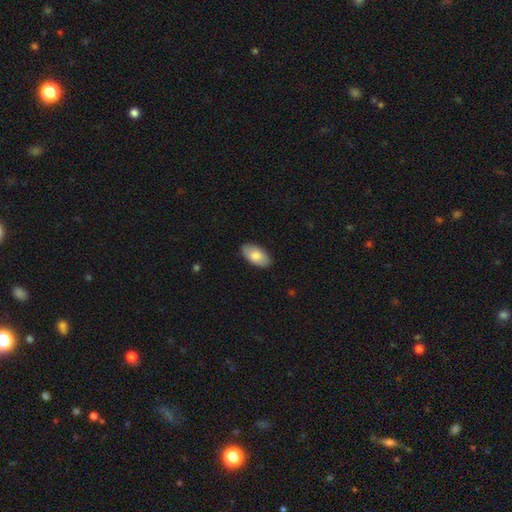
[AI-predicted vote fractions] Smooth or featured?
  - smooth: 79% *
  - featured or disk: 15%
  - star or artifact: 6%
How rounded?
  - in between: 95% *
  - round: 3%
  - cigar-shaped: 2%
Merging?
  - none: 87% *
  - minor disturbance: 10%
  - major disturbance: 2%
  - merger: 1%